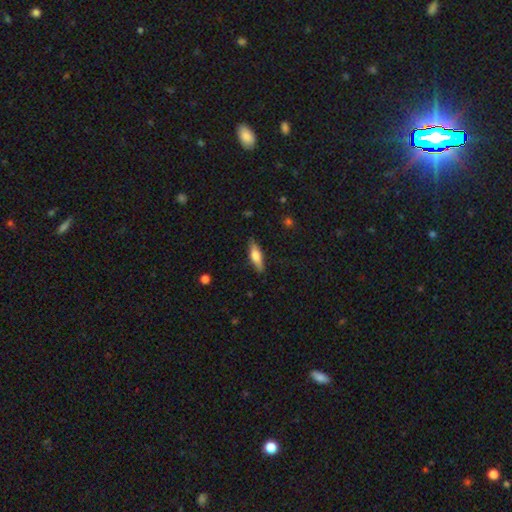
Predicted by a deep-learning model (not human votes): Smooth or featured: smooth — 51% (featured or disk — 43%)
How rounded: cigar-shaped — 57% (in between — 40%)
Merging: none — 83% (minor disturbance — 13%)